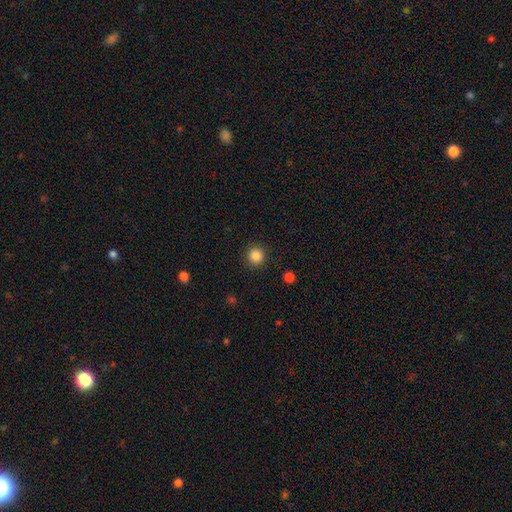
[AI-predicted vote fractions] Smooth or featured? Predicted: smooth (p=0.86). How rounded? Predicted: round (p=0.93). Merging? Predicted: none (p=0.90).